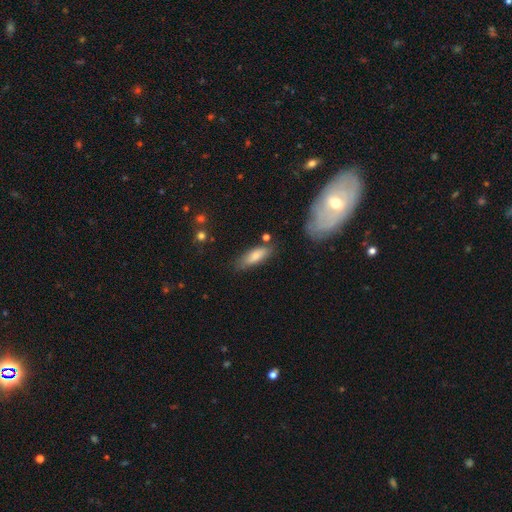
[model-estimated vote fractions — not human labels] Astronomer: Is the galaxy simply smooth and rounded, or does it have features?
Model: smooth — 77%.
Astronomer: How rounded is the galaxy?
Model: in between — 56% (runner-up: cigar-shaped, 42%).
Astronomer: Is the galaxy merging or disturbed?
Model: none — 73%.